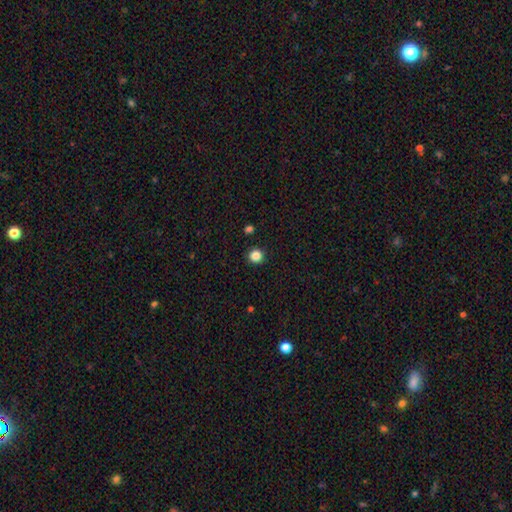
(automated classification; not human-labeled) Morphology: type=smooth (85%); roundness=round (94%); merging=none (93%).